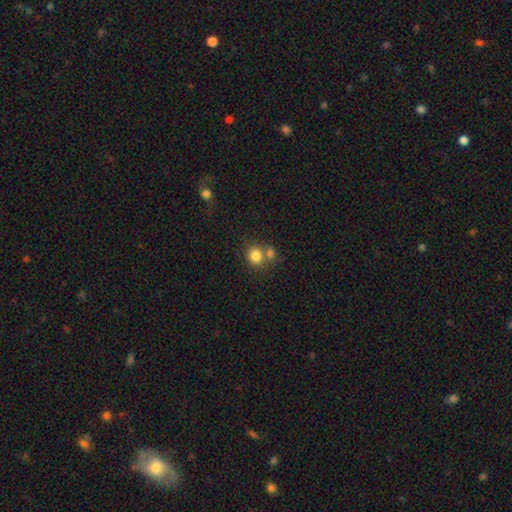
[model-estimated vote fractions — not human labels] Smooth or featured?
  - smooth: 82% *
  - star or artifact: 11%
  - featured or disk: 7%
How rounded?
  - round: 83% *
  - in between: 16%
  - cigar-shaped: 1%
Merging?
  - none: 55% *
  - merger: 33%
  - minor disturbance: 9%
  - major disturbance: 3%